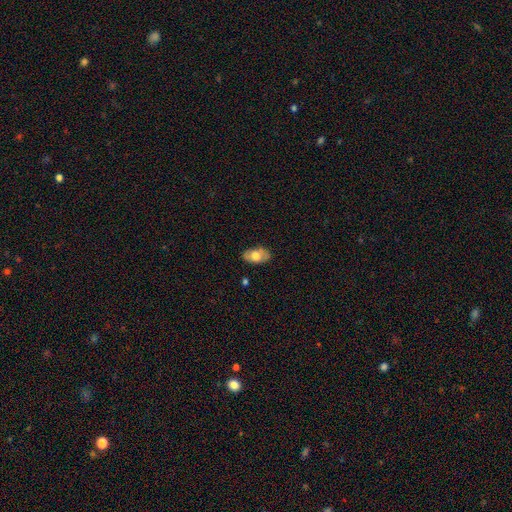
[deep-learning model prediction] Overall: smooth (67%). How rounded: in between (93%). Merging: none (81%).